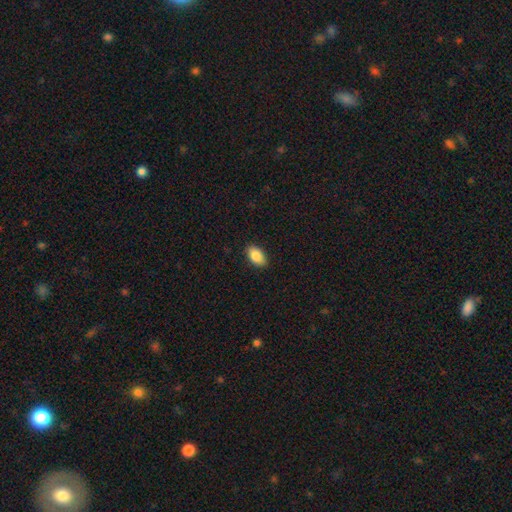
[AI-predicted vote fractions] Smooth or featured? Predicted: smooth (p=0.87). How rounded? Predicted: in between (p=0.93). Merging? Predicted: none (p=0.89).